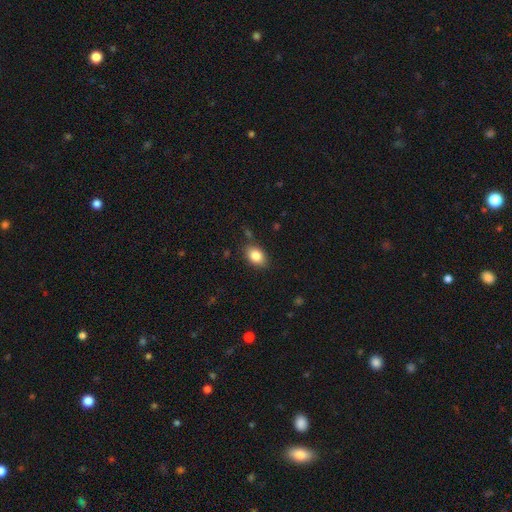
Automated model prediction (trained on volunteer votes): Morphology: type=smooth (85%); roundness=in between (81%); merging=none (82%).